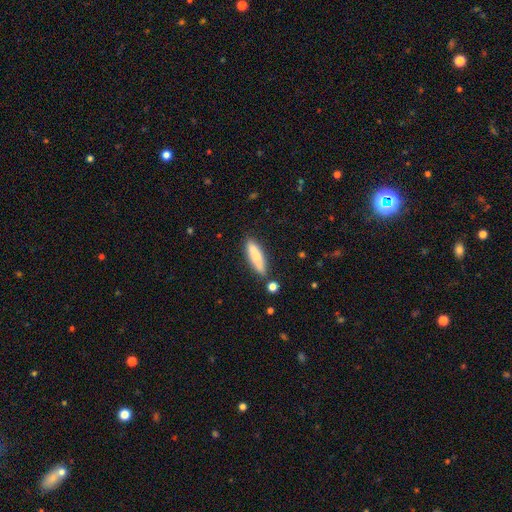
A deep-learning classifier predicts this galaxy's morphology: The model was most divided on "how rounded": cigar-shaped: 76%, in between: 22%, round: 2%. More confident: merging — none (81%); smooth or featured — smooth (75%).